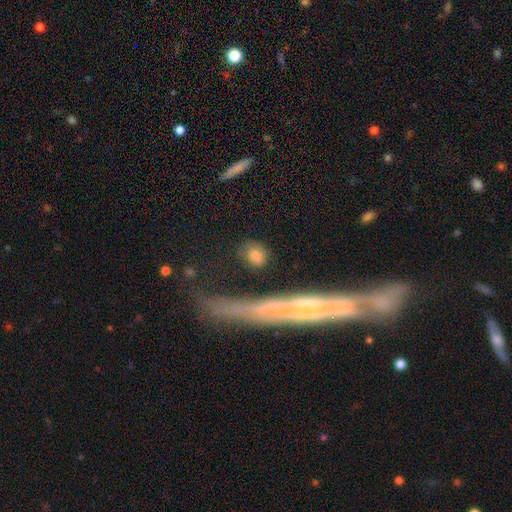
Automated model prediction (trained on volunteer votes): Smooth or featured? smooth (77%)
How rounded? round (53%)
Merging? none (81%)